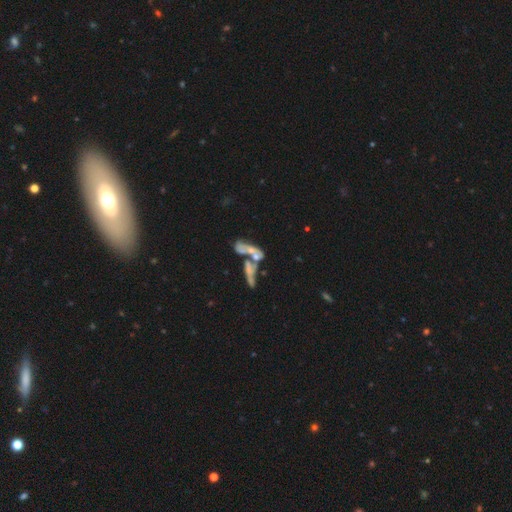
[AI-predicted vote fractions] A featured or disk galaxy (52%).

Vote fractions:
- Smooth or featured? featured or disk: 52% / smooth: 35% / star or artifact: 14%
- Edge-on disk? no: 85% / yes: 15%
- Merging? merger: 67% / none: 14% / major disturbance: 13% / minor disturbance: 7%